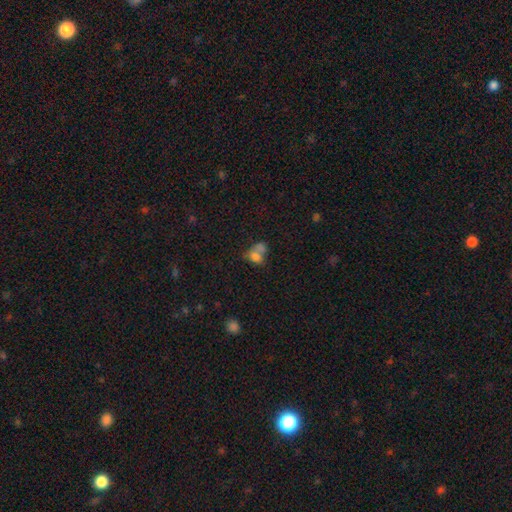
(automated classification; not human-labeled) The model was most divided on "how rounded": in between: 65%, round: 33%, cigar-shaped: 2%. More confident: smooth or featured — smooth (72%); merging — merger (58%).